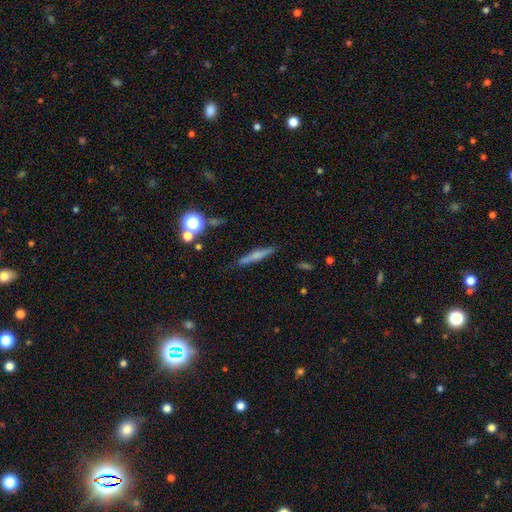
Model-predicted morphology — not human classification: smooth-or-featured: smooth: 46% | featured or disk: 43% | star or artifact: 11%
  merging: none: 82% | minor disturbance: 12% | major disturbance: 3% | merger: 3%